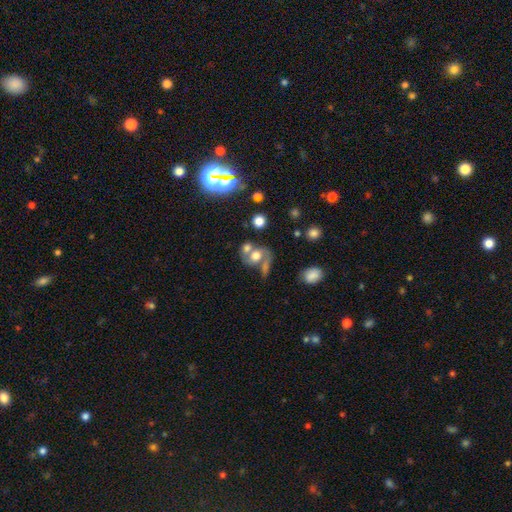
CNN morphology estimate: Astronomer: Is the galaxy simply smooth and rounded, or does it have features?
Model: smooth — 51% (runner-up: featured or disk, 34%).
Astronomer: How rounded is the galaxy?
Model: in between — 52% (runner-up: round, 46%).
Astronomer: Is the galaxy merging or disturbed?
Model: merger — 52%.